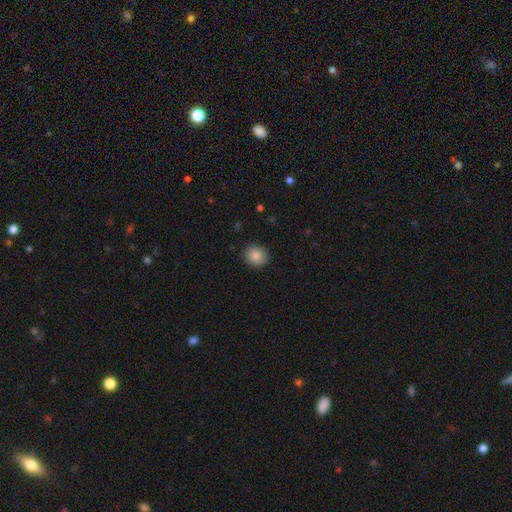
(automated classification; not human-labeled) Smooth or featured? smooth (87%)
How rounded? round (71%)
Merging? none (90%)